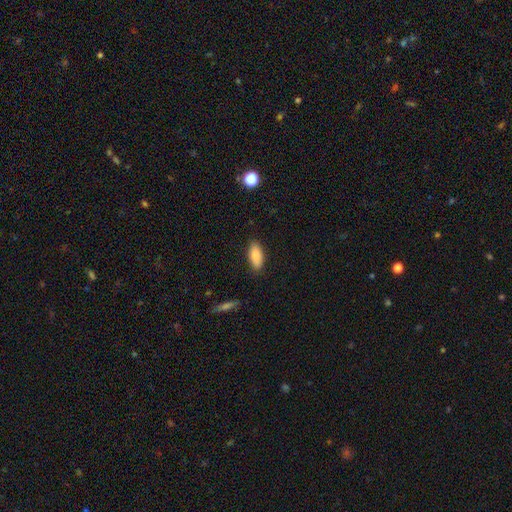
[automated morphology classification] type=smooth (86%); roundness=in between (83%); merging=none (86%).